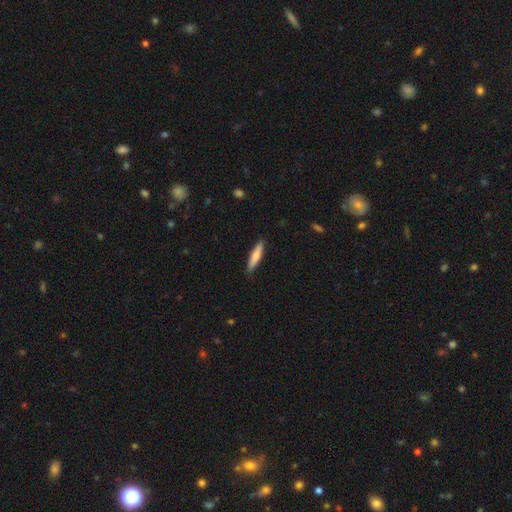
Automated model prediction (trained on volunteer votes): Smooth or featured?
  - smooth: 71% *
  - featured or disk: 23%
  - star or artifact: 5%
How rounded?
  - cigar-shaped: 83% *
  - in between: 16%
  - round: 1%
Merging?
  - none: 86% *
  - minor disturbance: 11%
  - major disturbance: 2%
  - merger: 1%